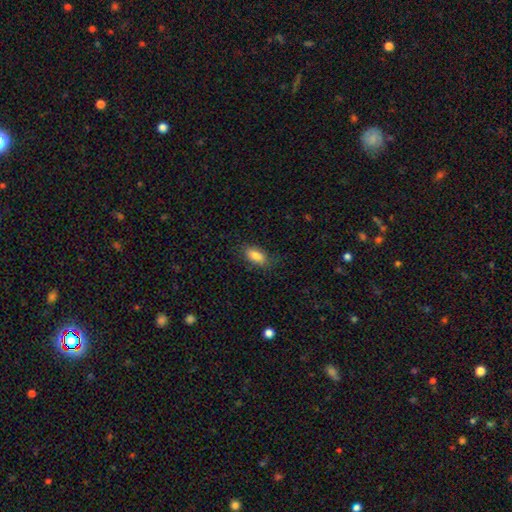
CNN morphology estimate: Smooth or featured? Predicted: smooth (p=0.84). How rounded? Predicted: in between (p=0.85). Merging? Predicted: none (p=0.80).